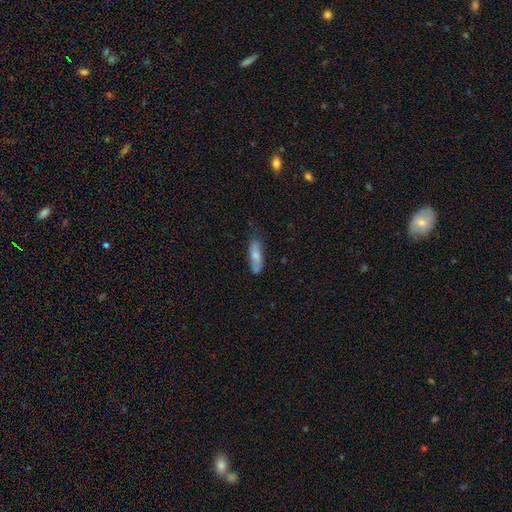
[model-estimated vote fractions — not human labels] Smooth or featured? Predicted: smooth (p=0.69). How rounded? Predicted: in between (p=0.54). Merging? Predicted: none (p=0.65).